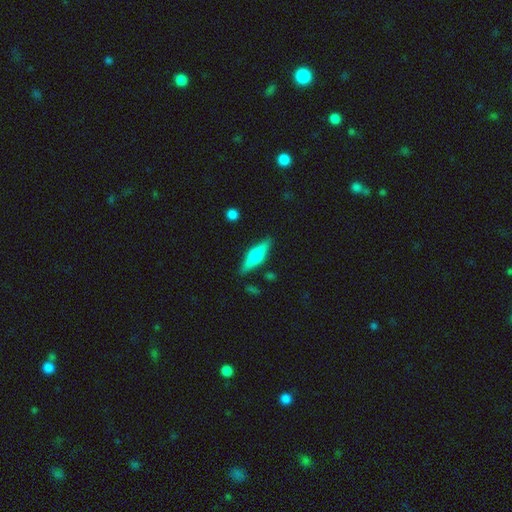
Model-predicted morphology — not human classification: smooth-or-featured: featured or disk: 56% | smooth: 38% | star or artifact: 6%
  disk-edge-on: yes: 95% | no: 5%
    edge-on-bulge: rounded: 90% | boxy: 7% | none: 3%
  merging: none: 86% | minor disturbance: 10% | major disturbance: 2% | merger: 2%